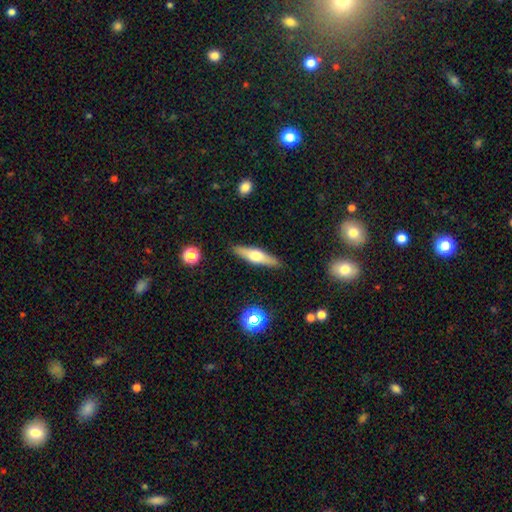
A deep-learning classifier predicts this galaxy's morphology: featured or disk 52%, smooth 41%, star or artifact 6%. Down the decision tree: edge-on disk — yes (93%); merging — none (89%).